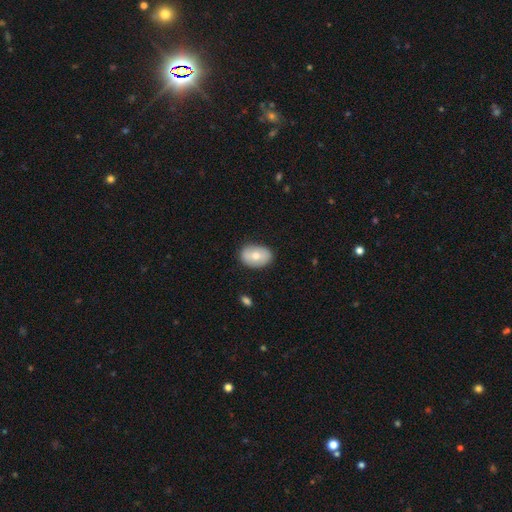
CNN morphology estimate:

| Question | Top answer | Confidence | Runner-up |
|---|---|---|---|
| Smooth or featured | smooth | 67% | featured or disk (26%) |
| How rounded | in between | 81% | round (18%) |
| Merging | none | 83% | minor disturbance (13%) |